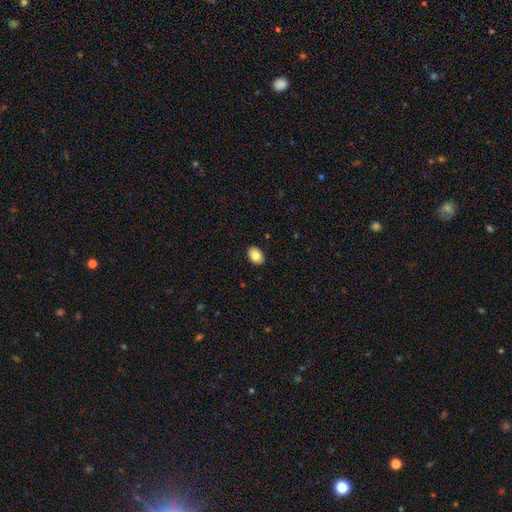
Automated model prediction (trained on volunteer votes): Smooth or featured? smooth (83%)
How rounded? in between (78%)
Merging? none (90%)